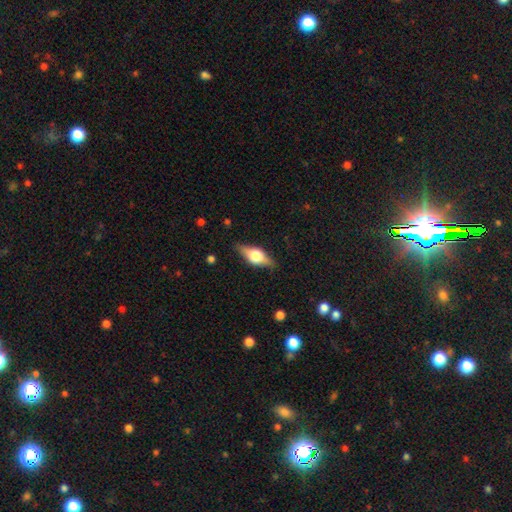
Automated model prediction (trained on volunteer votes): This is possibly a featured or disk galaxy (55%). It is clearly viewed edge-on (93%). Edge-on bulge: clearly rounded (93%). Merging: clearly none (83%).